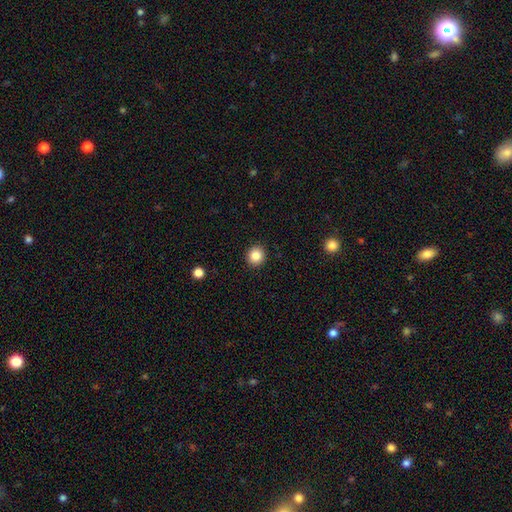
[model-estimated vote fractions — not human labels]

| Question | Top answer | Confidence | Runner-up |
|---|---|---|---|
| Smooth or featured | smooth | 85% | star or artifact (10%) |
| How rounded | round | 90% | in between (9%) |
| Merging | none | 92% | minor disturbance (5%) |